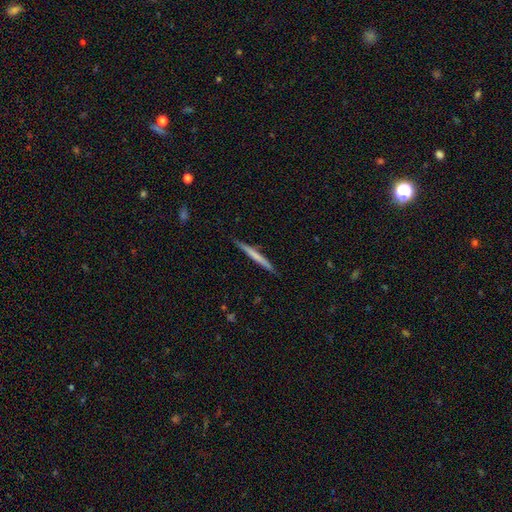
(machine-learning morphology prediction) Smooth or featured? smooth (56%)
How rounded? cigar-shaped (97%)
Merging? none (88%)